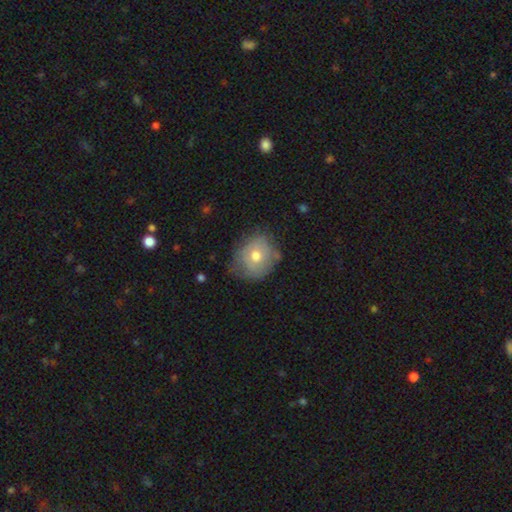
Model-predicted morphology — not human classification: This is likely a smooth galaxy (60%). How rounded: likely round (68%). Merging: possibly none (58%).